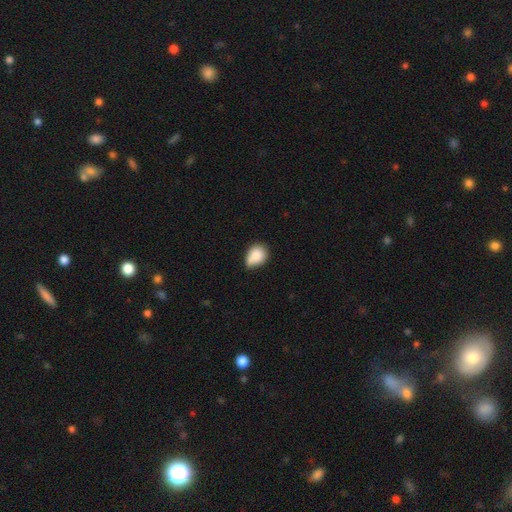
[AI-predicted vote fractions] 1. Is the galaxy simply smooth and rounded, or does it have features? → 82% smooth, 10% featured or disk, 8% star or artifact.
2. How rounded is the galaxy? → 52% in between, 47% round, 1% cigar-shaped.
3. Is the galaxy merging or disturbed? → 43% none, 37% minor disturbance, 12% merger, 8% major disturbance.